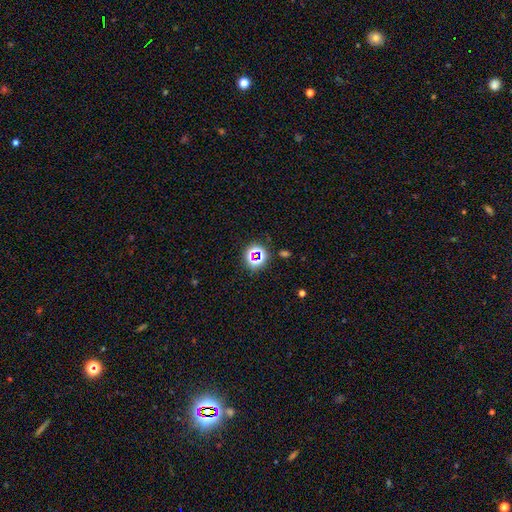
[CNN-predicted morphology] smooth_or_featured: star or artifact (p=0.63) [alt: smooth p=0.27]